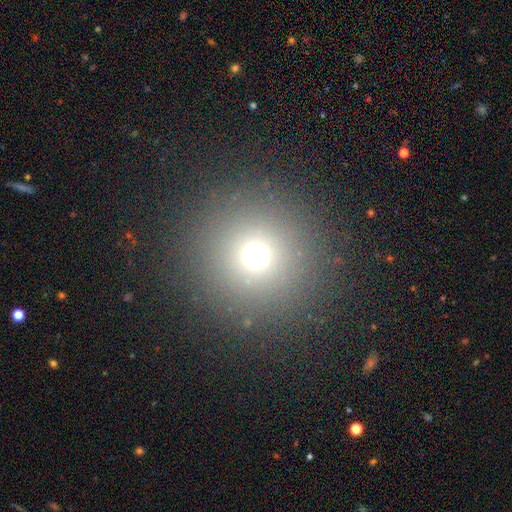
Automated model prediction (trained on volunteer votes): Smooth or featured?
  - smooth: 69% *
  - star or artifact: 22%
  - featured or disk: 9%
How rounded?
  - round: 96% *
  - in between: 3%
  - cigar-shaped: 1%
Merging?
  - none: 90% *
  - minor disturbance: 5%
  - major disturbance: 3%
  - merger: 1%